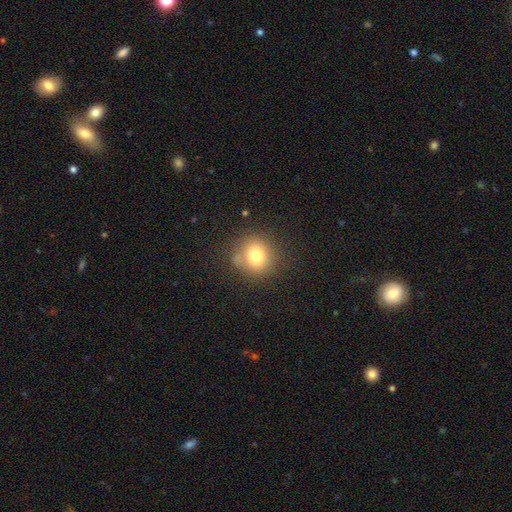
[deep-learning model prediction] A smooth galaxy with no disk features (75%) that is round (86%). Merging: none (75%).